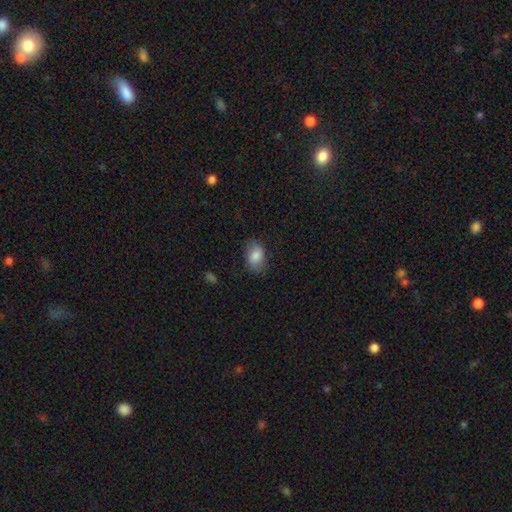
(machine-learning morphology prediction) Q: Smooth or featured?
A: smooth (83%); runner-up: featured or disk (10%)
Q: How rounded?
A: in between (83%); runner-up: round (15%)
Q: Merging?
A: none (76%); runner-up: minor disturbance (18%)